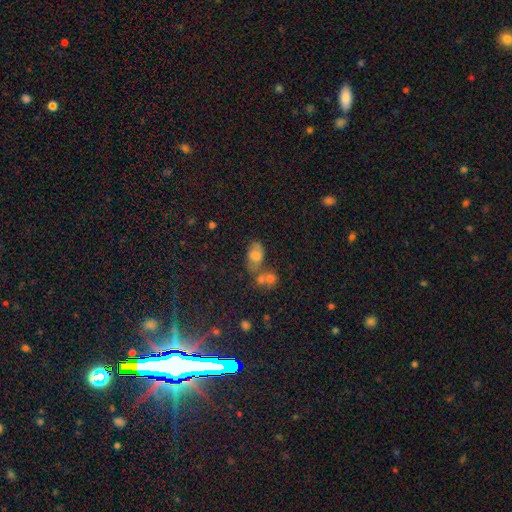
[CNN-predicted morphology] Smooth or featured? smooth (55%)
How rounded? in between (79%)
Merging? none (43%)